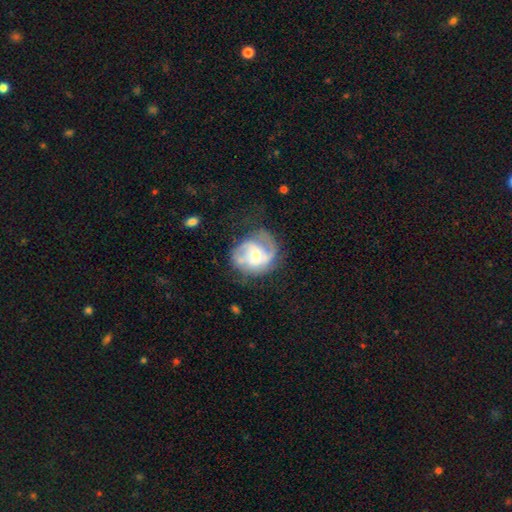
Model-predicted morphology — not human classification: This is likely a featured or disk galaxy (74%). It is clearly not viewed edge-on (97%). Bar: possibly no (60%). Spiral arm pattern: clearly yes (86%). Spiral arm count: possibly 2 (52%). Spiral winding: marginally medium (44%). Central bulge: possibly moderate (59%). Merging: possibly none (51%).